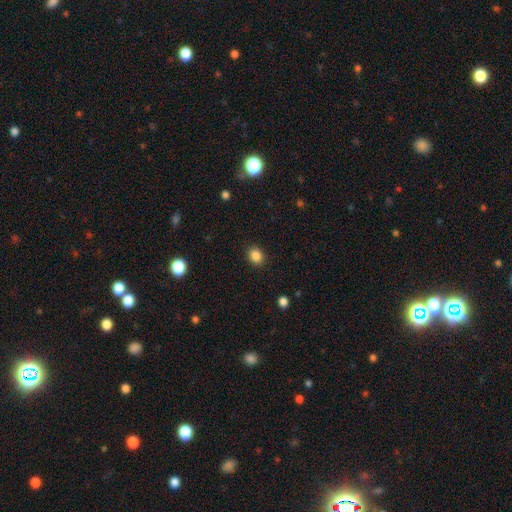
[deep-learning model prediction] Smooth or featured? Predicted: smooth (p=0.86). How rounded? Predicted: round (p=0.50). Merging? Predicted: none (p=0.89).